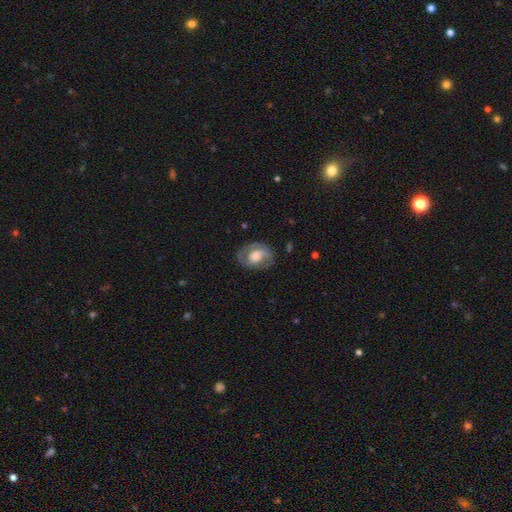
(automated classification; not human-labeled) Smooth or featured?
  - featured or disk: 58% *
  - smooth: 35%
  - star or artifact: 7%
Edge-on disk?
  - no: 96% *
  - yes: 4%
Bar?
  - no: 62% *
  - weak: 28%
  - strong: 9%
Spiral arms?
  - yes: 65% *
  - no: 35%
Bulge size?
  - moderate: 39% *
  - large: 35%
  - small: 17%
  - none: 5%
  - dominant: 4%
Merging?
  - none: 69% *
  - minor disturbance: 20%
  - major disturbance: 10%
  - merger: 1%